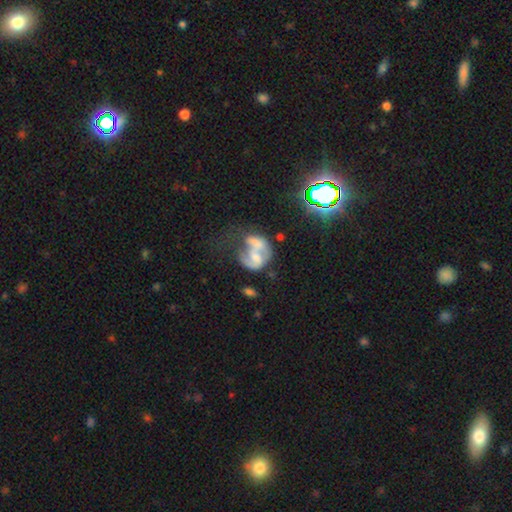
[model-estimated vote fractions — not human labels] smooth_or_featured: featured or disk (p=0.62) [alt: smooth p=0.28]
disk_edge_on: no (p=0.98) [alt: yes p=0.02]
bar: no (p=0.58) [alt: weak p=0.29]
has_spiral_arms: yes (p=0.55) [alt: no p=0.45]
bulge_size: moderate (p=0.33) [alt: none p=0.29]
merging: merger (p=0.34) [alt: major disturbance p=0.30]